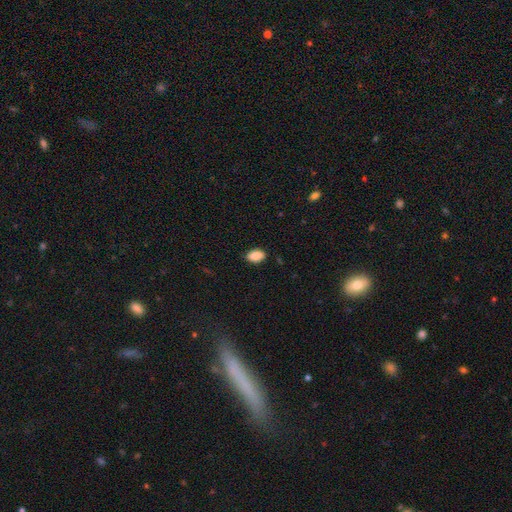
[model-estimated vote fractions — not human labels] This appears to be a smooth galaxy with no disk features (89%) that is in between round and cigar-shaped (92%). Merging: none (87%).